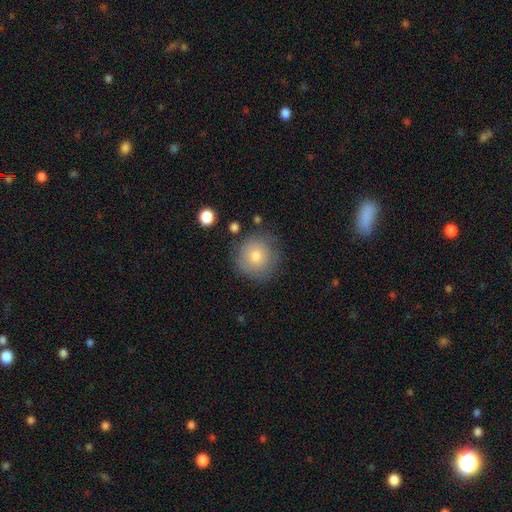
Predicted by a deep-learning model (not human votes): The model was most divided on "smooth or featured": smooth: 74%, featured or disk: 16%, star or artifact: 10%. More confident: how rounded — round (94%); merging — none (80%).